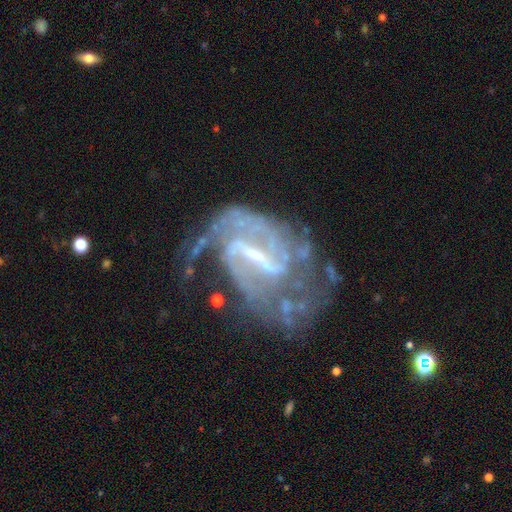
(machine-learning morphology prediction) This is clearly a featured or disk galaxy (90%). It is clearly not viewed edge-on (97%). Bar: possibly strong (57%). Spiral arm pattern: clearly yes (95%). Spiral arm count: possibly 2 (57%). Spiral winding: possibly medium (48%). Central bulge: likely small (66%). Merging: possibly none (48%).